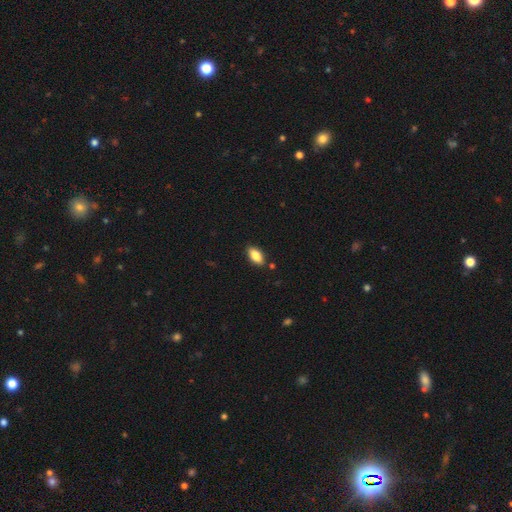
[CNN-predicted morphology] type=smooth (84%); roundness=in between (91%); merging=none (86%).